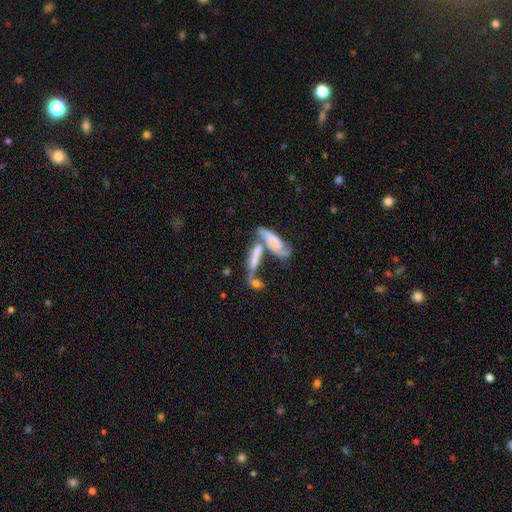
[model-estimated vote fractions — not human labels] This is possibly a featured or disk galaxy (46%). Merging: possibly merger (56%).